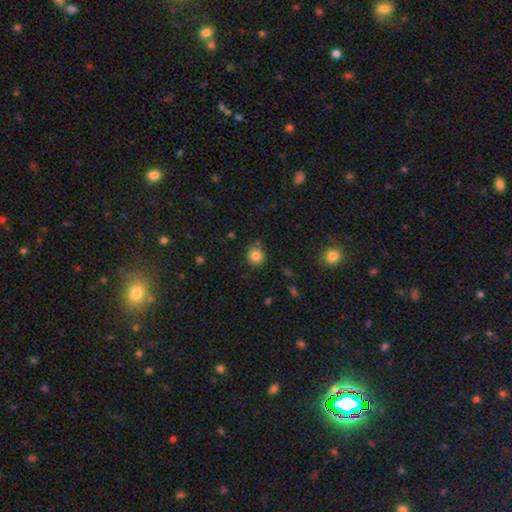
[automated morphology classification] The model was most divided on "merging": none: 78%, minor disturbance: 14%, merger: 5%, major disturbance: 3%. More confident: how rounded — round (88%); smooth or featured — smooth (84%).